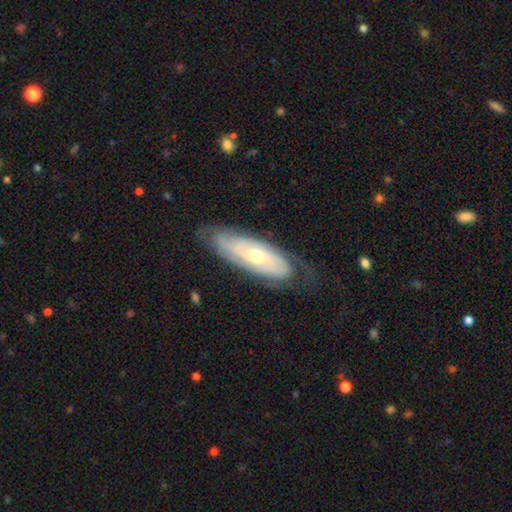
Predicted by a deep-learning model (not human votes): A featured or disk galaxy (72%) with no bar (73%), spiral arms (82%) and a moderate central bulge (62%). Merging: none (70%).